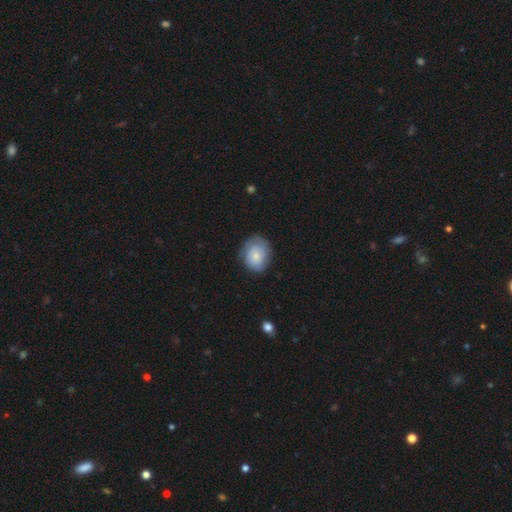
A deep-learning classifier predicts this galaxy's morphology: smooth 66%, featured or disk 27%, star or artifact 7%. Down the decision tree: how rounded — round (59%); merging — none (71%).